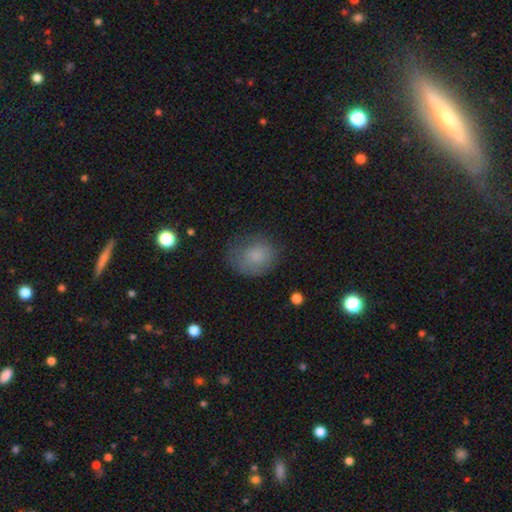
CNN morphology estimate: The model was most divided on "how rounded": round: 56%, in between: 43%, cigar-shaped: 1%. More confident: smooth or featured — smooth (79%); merging — none (56%).